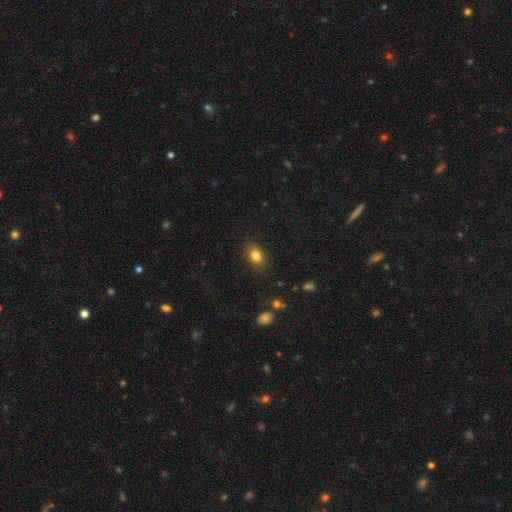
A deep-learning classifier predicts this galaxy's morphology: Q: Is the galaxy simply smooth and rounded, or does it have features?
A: smooth — 83%.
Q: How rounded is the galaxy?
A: in between — 74%.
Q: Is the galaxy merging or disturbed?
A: none — 85%.